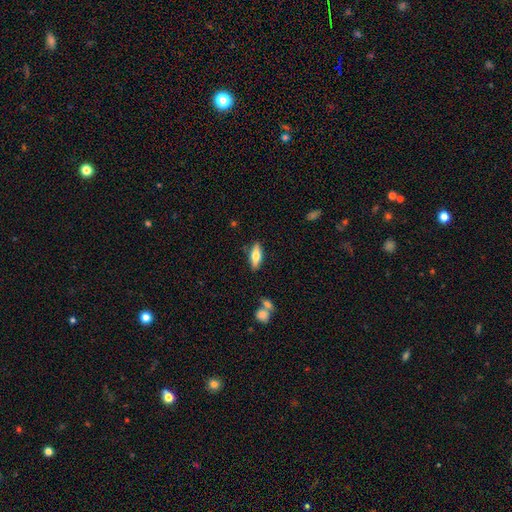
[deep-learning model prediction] The model was most divided on "how rounded": in between: 65%, cigar-shaped: 32%, round: 2%. More confident: merging — none (83%); smooth or featured — smooth (65%).